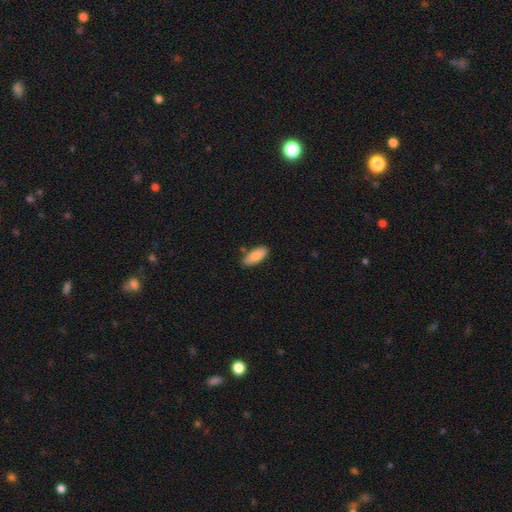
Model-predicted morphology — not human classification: smooth-or-featured: smooth: 86% | featured or disk: 8% | star or artifact: 6%
  how-rounded: in between: 84% | cigar-shaped: 14% | round: 2%
  merging: none: 81% | minor disturbance: 14% | merger: 3% | major disturbance: 2%